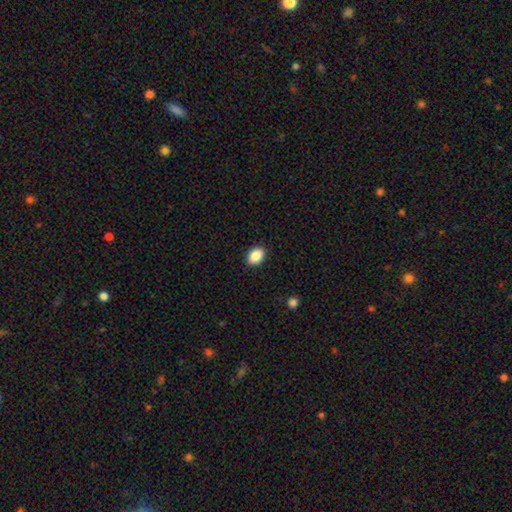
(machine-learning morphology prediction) A smooth galaxy with no disk features (87%) that is in between round and cigar-shaped (77%). Merging: none (90%).